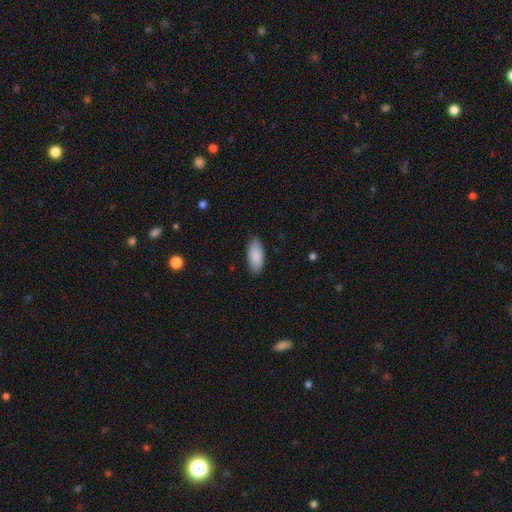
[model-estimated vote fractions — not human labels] smooth-or-featured: smooth: 89% | star or artifact: 6% | featured or disk: 5%
  how-rounded: in between: 90% | cigar-shaped: 8% | round: 2%
  merging: none: 85% | minor disturbance: 12% | major disturbance: 2% | merger: 1%